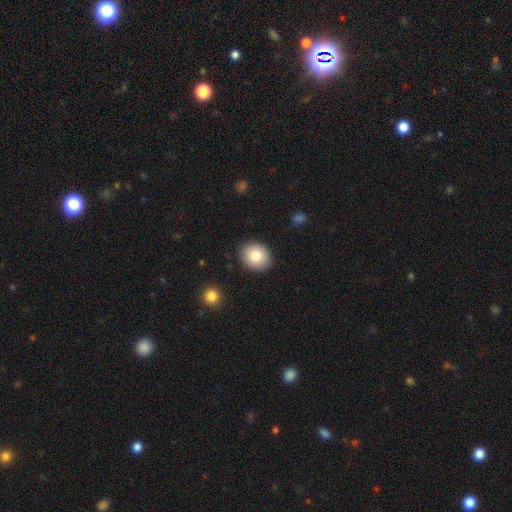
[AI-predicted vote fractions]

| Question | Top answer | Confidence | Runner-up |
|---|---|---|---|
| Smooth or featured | smooth | 82% | featured or disk (10%) |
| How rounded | round | 67% | in between (32%) |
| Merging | none | 88% | minor disturbance (8%) |